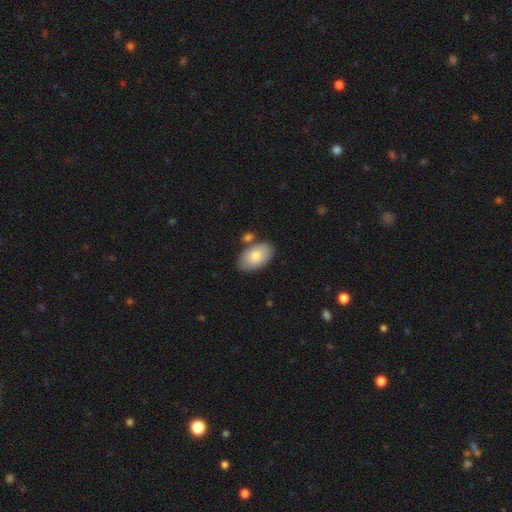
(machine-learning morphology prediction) Smooth or featured: smooth — 80% (featured or disk — 14%)
How rounded: in between — 94% (round — 5%)
Merging: none — 73% (minor disturbance — 14%)